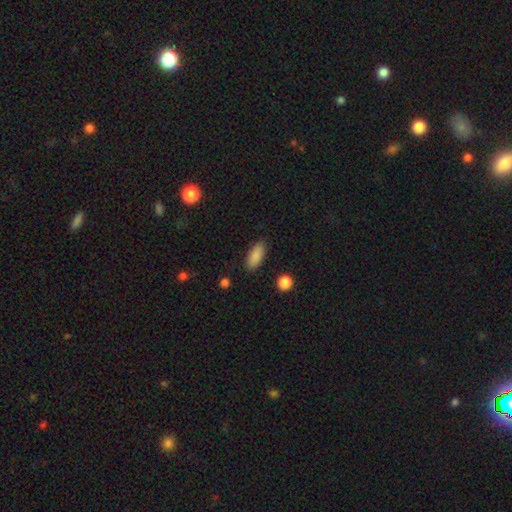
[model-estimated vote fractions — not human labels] Smooth or featured? smooth (88%)
How rounded? in between (82%)
Merging? none (87%)